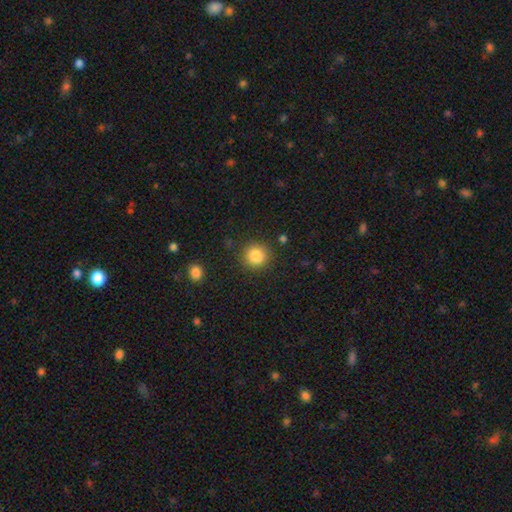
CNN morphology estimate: Smooth or featured: smooth — 86% (star or artifact — 10%)
How rounded: round — 91% (in between — 8%)
Merging: none — 87% (minor disturbance — 8%)